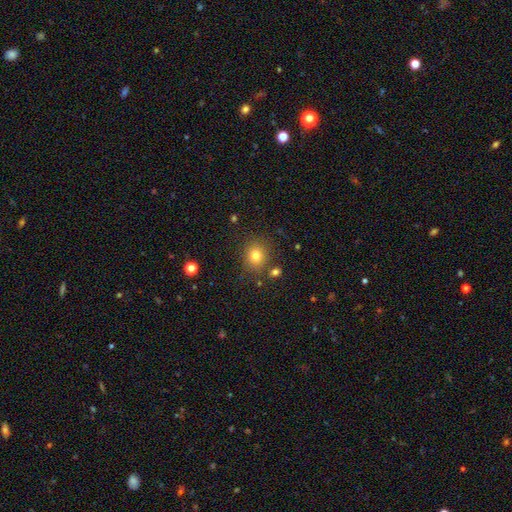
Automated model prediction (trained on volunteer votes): smooth_or_featured: smooth (p=0.79) [alt: star or artifact p=0.13]
how_rounded: round (p=0.76) [alt: in between p=0.23]
merging: none (p=0.81) [alt: minor disturbance p=0.11]